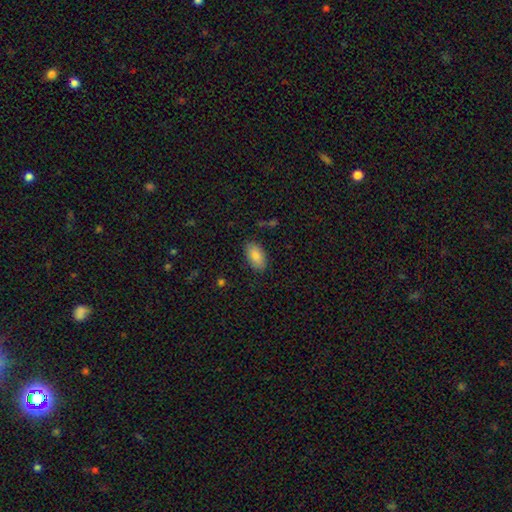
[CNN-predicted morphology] A smooth galaxy with no disk features (86%) that is in between round and cigar-shaped (93%).

Vote fractions:
- Smooth or featured? smooth: 86% / featured or disk: 7% / star or artifact: 7%
- How rounded? in between: 93% / cigar-shaped: 3% / round: 3%
- Merging? none: 85% / minor disturbance: 11% / major disturbance: 3% / merger: 1%